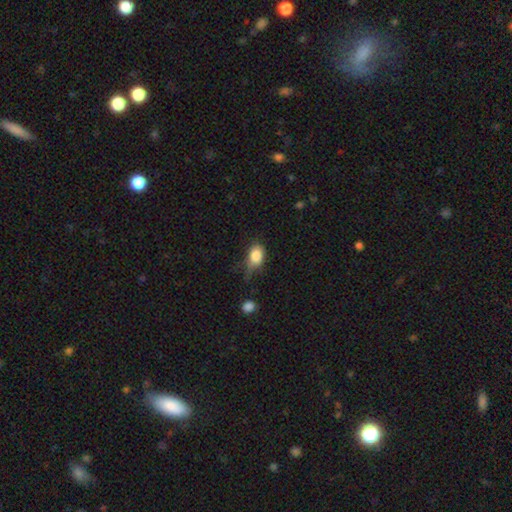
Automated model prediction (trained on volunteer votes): smooth 84%, star or artifact 9%, featured or disk 8%. Down the decision tree: how rounded — in between (76%); merging — none (39%).